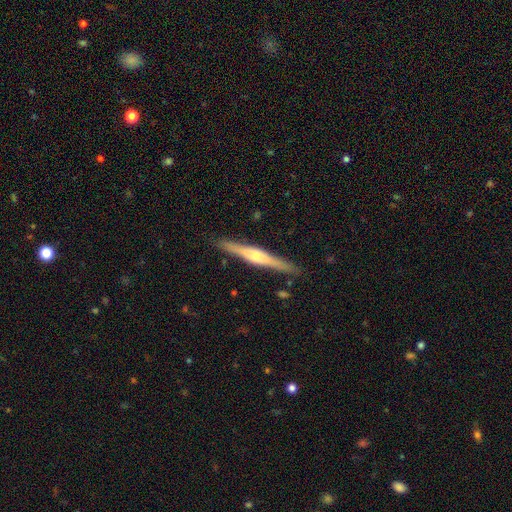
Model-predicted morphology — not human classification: Smooth or featured: featured or disk — 75% (smooth — 20%)
Edge-on disk: yes — 98% (no — 2%)
Edge-on bulge: rounded — 86% (none — 7%)
Merging: none — 90% (minor disturbance — 7%)